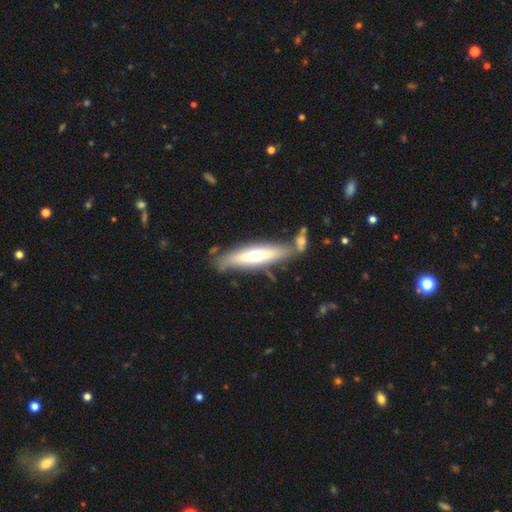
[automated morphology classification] type=smooth (47%, tied with featured or disk); merging=none (68%).